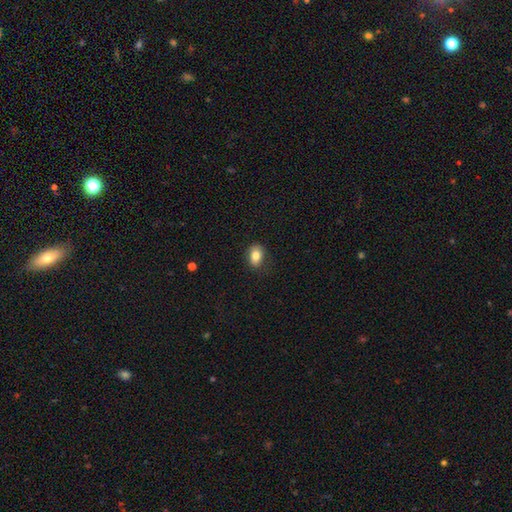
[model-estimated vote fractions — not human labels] Morphology: type=smooth (82%); roundness=in between (73%); merging=none (81%).